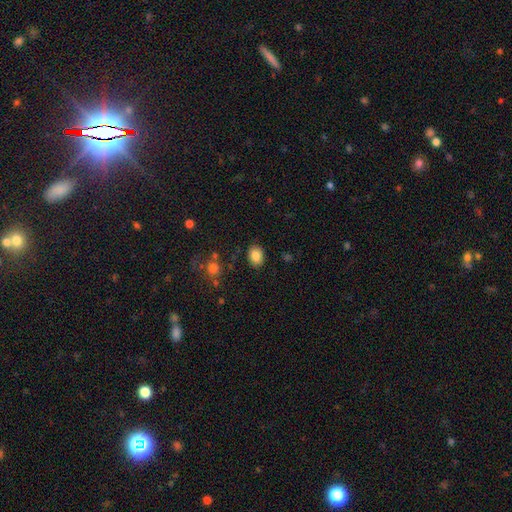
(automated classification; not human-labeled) Morphology: type=smooth (85%); roundness=in between (67%); merging=none (86%).